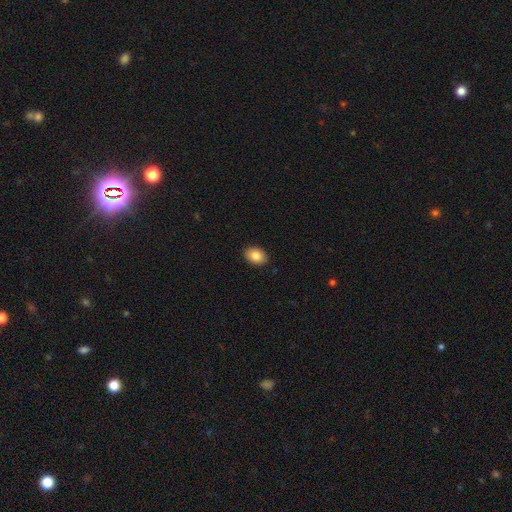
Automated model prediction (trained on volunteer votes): This appears to be a smooth galaxy with no disk features (86%) that is in between round and cigar-shaped (79%). Merging: none (90%).